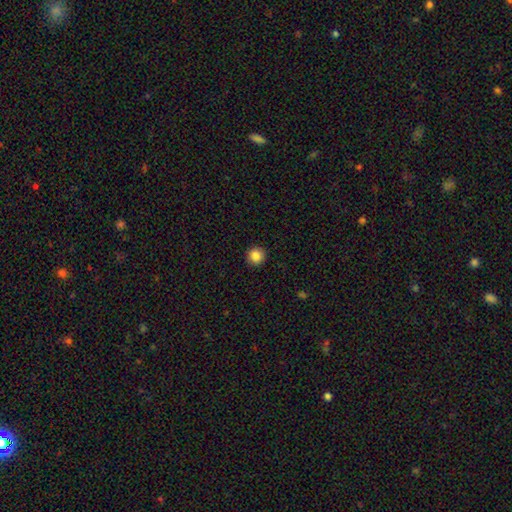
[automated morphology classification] Smooth or featured? smooth (86%)
How rounded? round (94%)
Merging? none (93%)